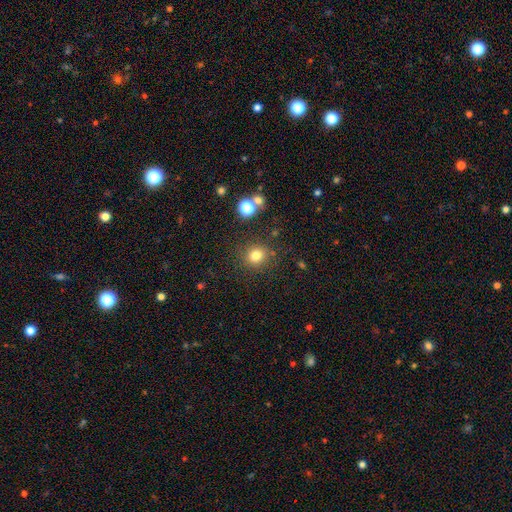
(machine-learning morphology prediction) smooth-or-featured: smooth: 78% | star or artifact: 15% | featured or disk: 7%
  how-rounded: round: 86% | in between: 13% | cigar-shaped: 1%
  merging: none: 84% | minor disturbance: 9% | merger: 4% | major disturbance: 4%